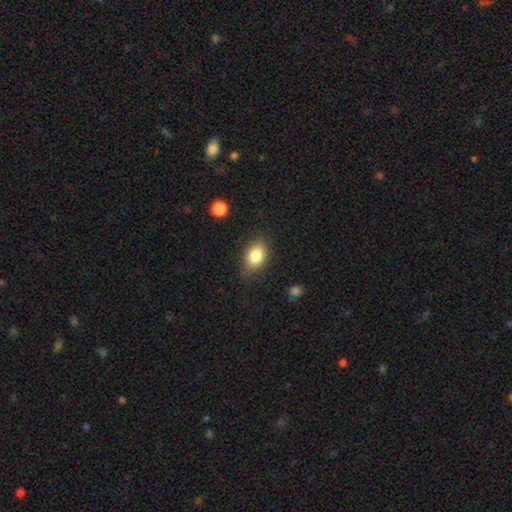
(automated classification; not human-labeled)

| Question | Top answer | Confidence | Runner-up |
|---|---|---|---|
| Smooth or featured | smooth | 83% | featured or disk (9%) |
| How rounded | in between | 81% | round (18%) |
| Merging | none | 77% | minor disturbance (18%) |